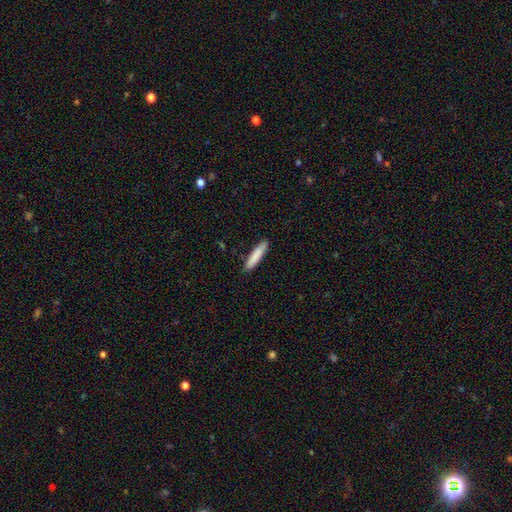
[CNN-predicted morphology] Overall: smooth (85%). How rounded: cigar-shaped (88%). Merging: none (89%).